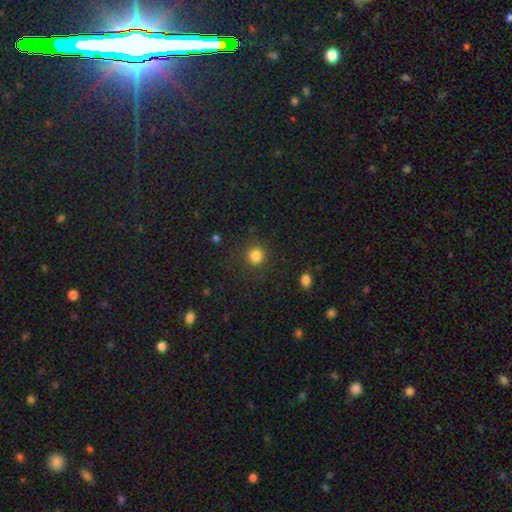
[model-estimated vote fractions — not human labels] Morphology: type=smooth (83%); roundness=round (93%); merging=none (87%).